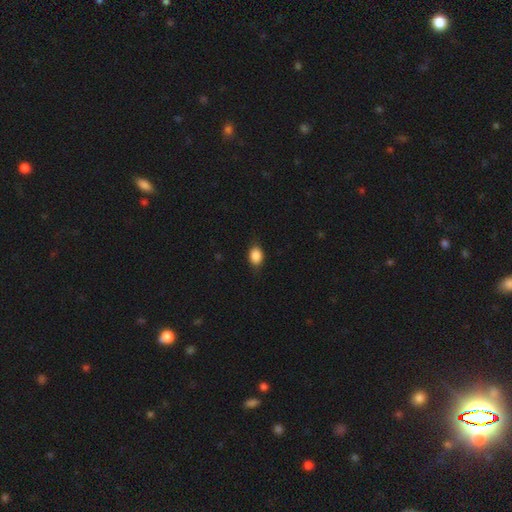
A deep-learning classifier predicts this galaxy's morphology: Overall: smooth (87%). How rounded: in between (67%; round 31%). Merging: none (79%).